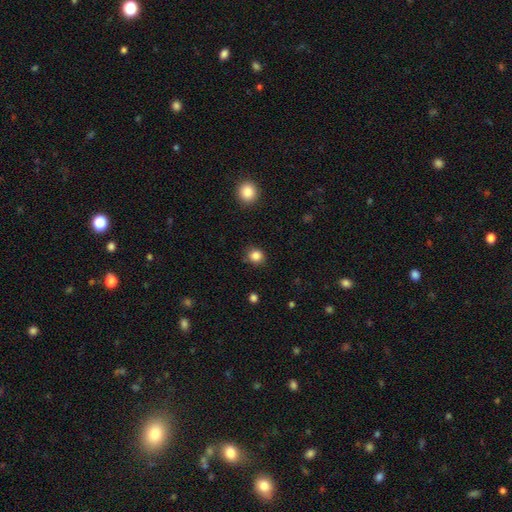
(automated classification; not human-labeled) Smooth or featured? Predicted: smooth (p=0.85). How rounded? Predicted: round (p=0.84). Merging? Predicted: none (p=0.84).